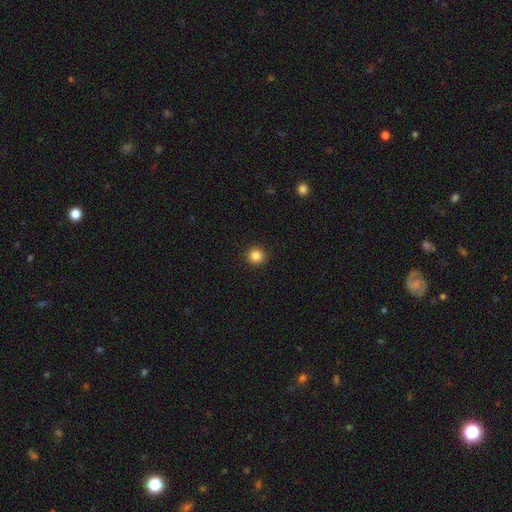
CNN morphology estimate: type=smooth (85%); roundness=round (93%); merging=none (93%).